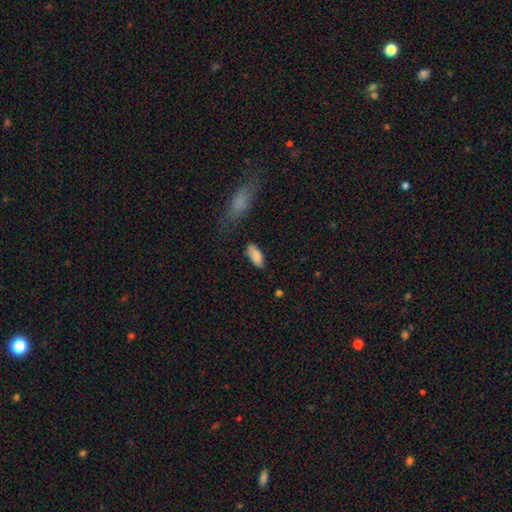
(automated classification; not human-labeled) A smooth galaxy with no disk features (86%) that is in between round and cigar-shaped (86%). Merging: none (74%).